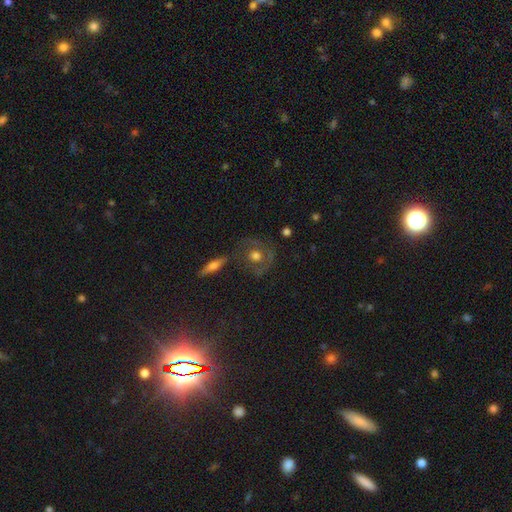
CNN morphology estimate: Smooth or featured?
  - smooth: 45% *
  - featured or disk: 44%
  - star or artifact: 10%
Merging?
  - none: 67% *
  - minor disturbance: 16%
  - major disturbance: 11%
  - merger: 6%